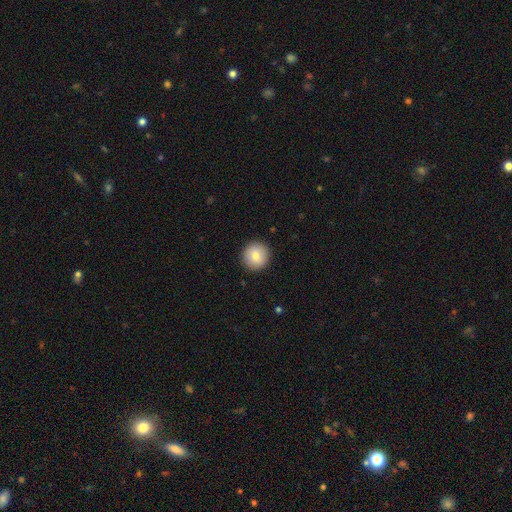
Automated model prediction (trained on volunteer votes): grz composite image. It shows a smooth galaxy with no disk features (80%) that is round (95%). Merging: none (91%).